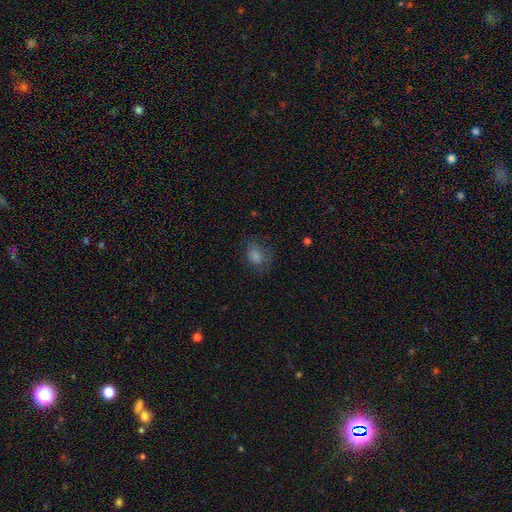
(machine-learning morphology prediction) Smooth or featured?
  - smooth: 66% *
  - star or artifact: 19%
  - featured or disk: 15%
How rounded?
  - in between: 61% *
  - round: 37%
  - cigar-shaped: 2%
Merging?
  - none: 64% *
  - minor disturbance: 21%
  - major disturbance: 13%
  - merger: 1%